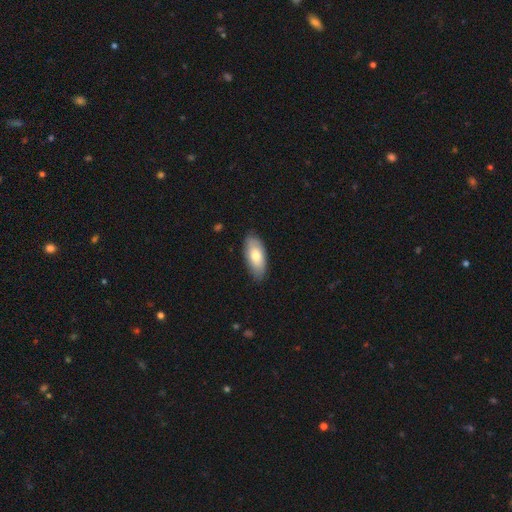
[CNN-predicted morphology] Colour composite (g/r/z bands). It shows a smooth galaxy with no disk features (72%) that is in between round and cigar-shaped (87%). Merging: none (83%).